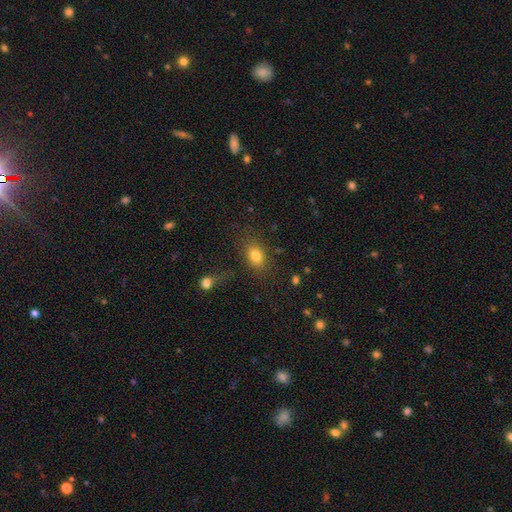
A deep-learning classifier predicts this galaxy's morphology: type=smooth (80%); roundness=in between (66%); merging=none (71%).